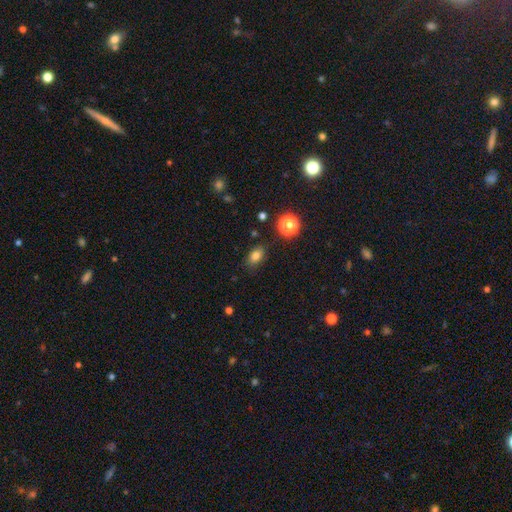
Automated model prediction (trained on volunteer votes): smooth 80%, star or artifact 13%, featured or disk 7%. Down the decision tree: how rounded — in between (81%); merging — none (83%).